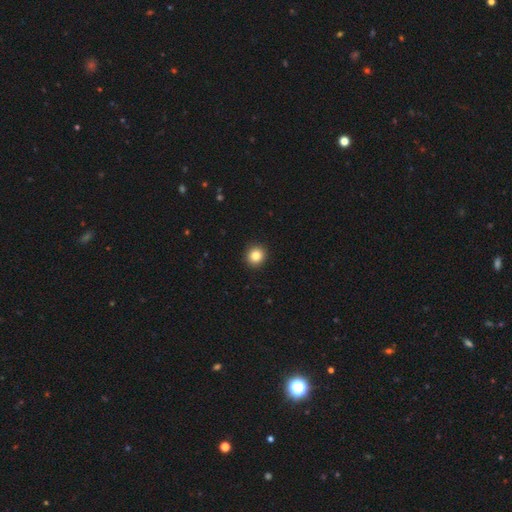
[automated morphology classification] A smooth galaxy with no disk features (85%) that is round (90%).

Vote fractions:
- Smooth or featured? smooth: 85% / star or artifact: 10% / featured or disk: 5%
- How rounded? round: 90% / in between: 9% / cigar-shaped: 1%
- Merging? none: 93% / minor disturbance: 5% / major disturbance: 2% / merger: 1%